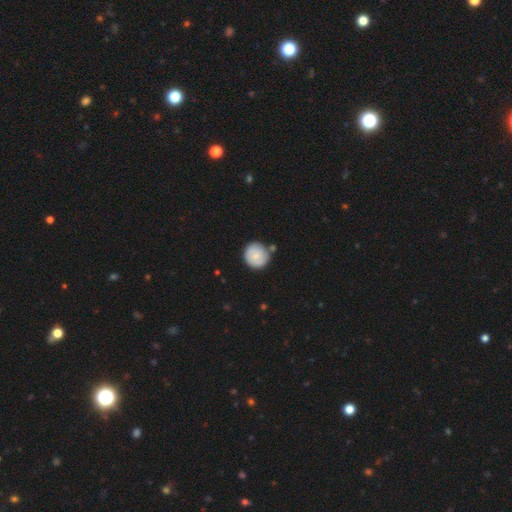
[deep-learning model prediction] smooth_or_featured: smooth (p=0.76) [alt: featured or disk p=0.18]
how_rounded: round (p=0.92) [alt: in between p=0.07]
merging: none (p=0.70) [alt: minor disturbance p=0.16]